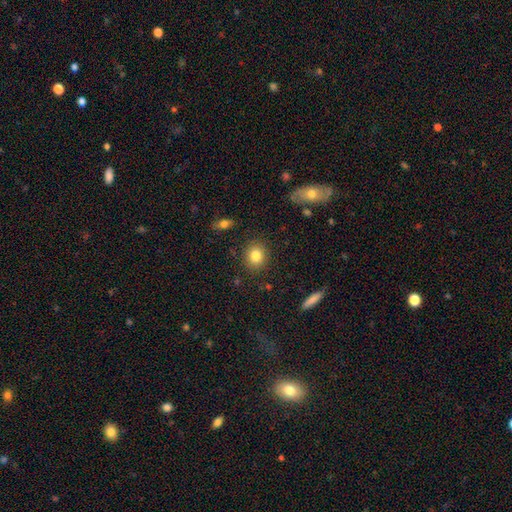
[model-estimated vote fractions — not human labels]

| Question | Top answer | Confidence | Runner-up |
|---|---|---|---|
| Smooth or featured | smooth | 83% | star or artifact (10%) |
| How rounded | round | 72% | in between (26%) |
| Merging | none | 88% | minor disturbance (8%) |